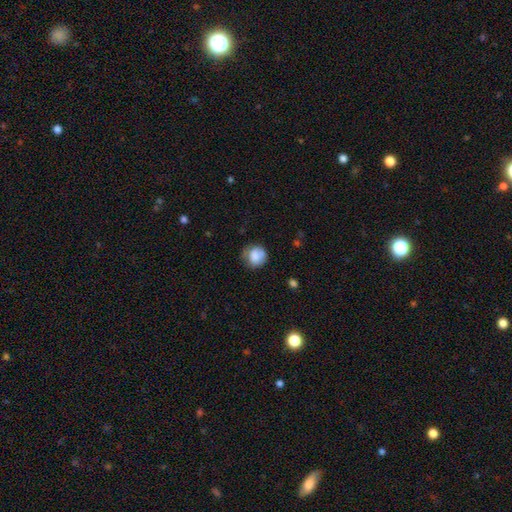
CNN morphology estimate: smooth_or_featured: smooth (p=0.79) [alt: featured or disk p=0.13]
how_rounded: round (p=0.84) [alt: in between p=0.15]
merging: none (p=0.59) [alt: minor disturbance p=0.27]